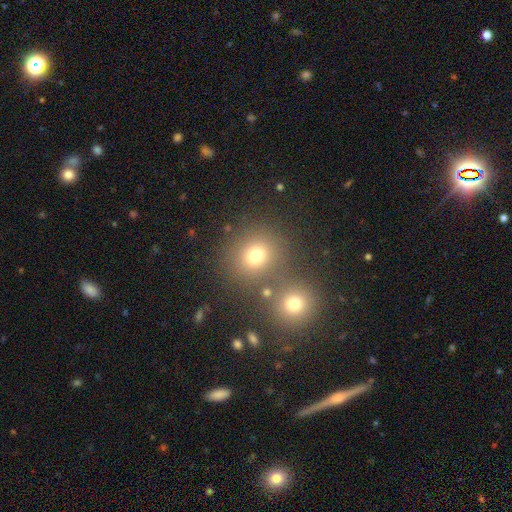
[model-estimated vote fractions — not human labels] This is likely a smooth galaxy (74%). How rounded: clearly round (83%). Merging: likely none (68%).